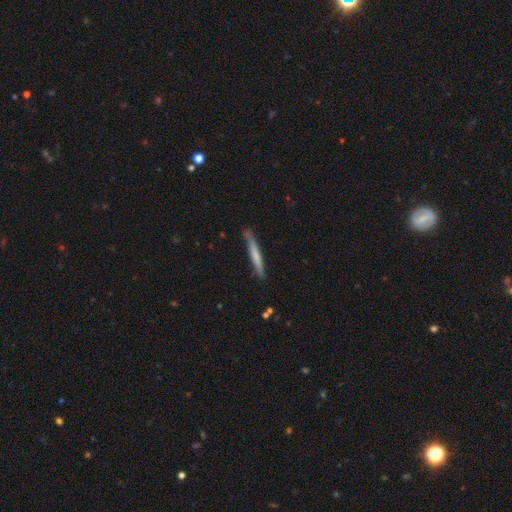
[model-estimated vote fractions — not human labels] Smooth or featured: smooth — 63% (featured or disk — 32%)
How rounded: cigar-shaped — 96% (in between — 3%)
Merging: none — 79% (minor disturbance — 16%)